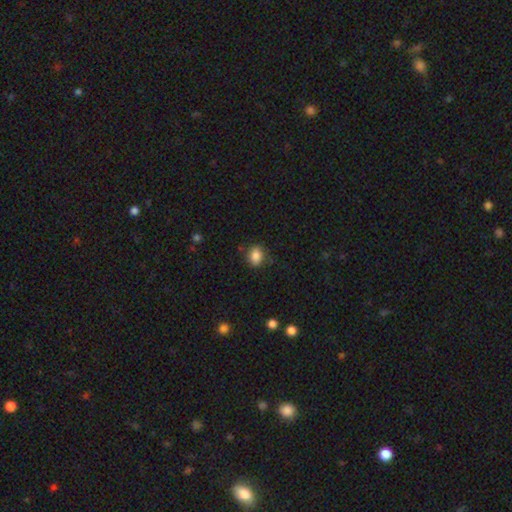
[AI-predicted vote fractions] smooth 86%, star or artifact 9%, featured or disk 5%. Down the decision tree: how rounded — in between (65%); merging — none (79%).